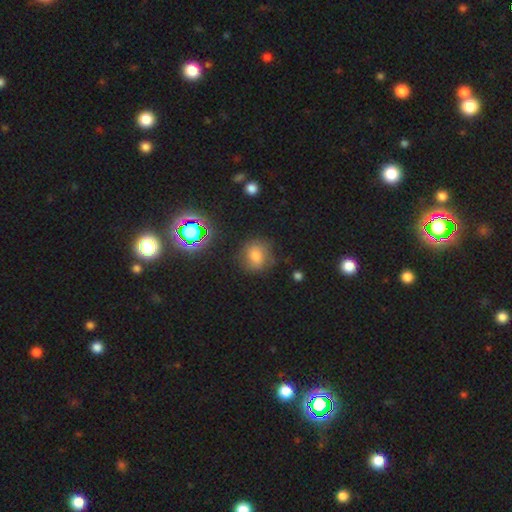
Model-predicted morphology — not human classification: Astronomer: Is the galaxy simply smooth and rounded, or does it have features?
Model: smooth — 67%.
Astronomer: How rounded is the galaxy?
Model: round — 79%.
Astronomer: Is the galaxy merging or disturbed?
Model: none — 75%.